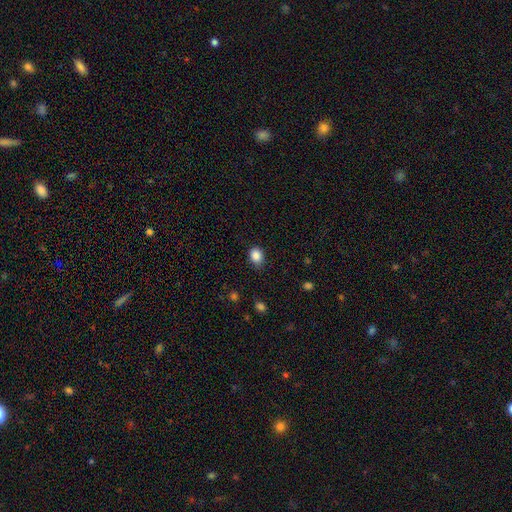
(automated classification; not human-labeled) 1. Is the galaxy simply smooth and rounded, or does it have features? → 86% smooth, 10% star or artifact, 4% featured or disk.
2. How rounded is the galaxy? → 51% round, 48% in between, 1% cigar-shaped.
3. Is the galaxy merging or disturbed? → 81% none, 15% minor disturbance, 3% major disturbance, 1% merger.